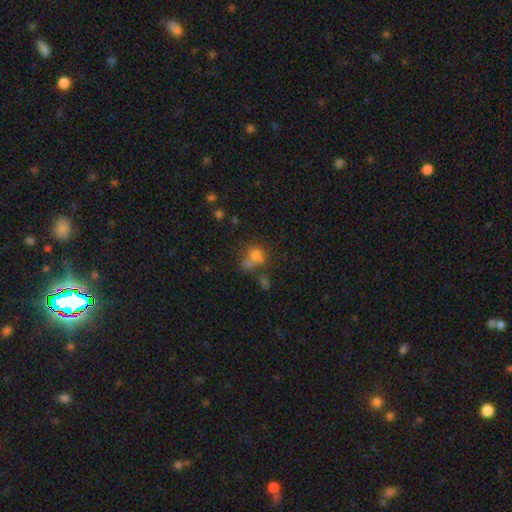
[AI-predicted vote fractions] Smooth or featured: smooth — 73% (star or artifact — 14%)
How rounded: round — 68% (in between — 31%)
Merging: merger — 39% (none — 37%)